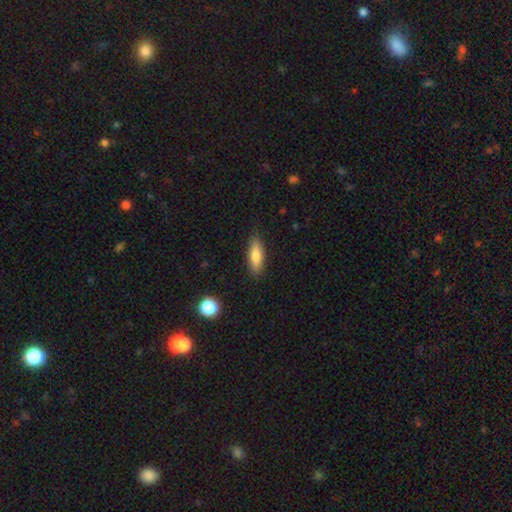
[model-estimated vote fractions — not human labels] Smooth or featured?
  - smooth: 81% *
  - featured or disk: 13%
  - star or artifact: 6%
How rounded?
  - in between: 57% *
  - cigar-shaped: 41%
  - round: 2%
Merging?
  - none: 86% *
  - minor disturbance: 11%
  - major disturbance: 2%
  - merger: 1%